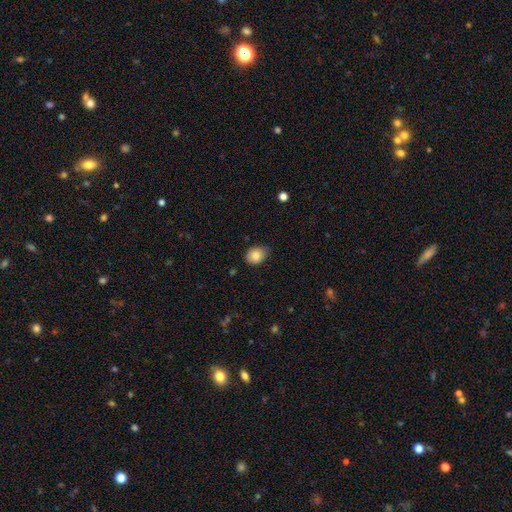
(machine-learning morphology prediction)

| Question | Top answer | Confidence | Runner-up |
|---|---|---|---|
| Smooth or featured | smooth | 84% | star or artifact (9%) |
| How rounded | in between | 54% | round (45%) |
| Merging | none | 70% | minor disturbance (25%) |